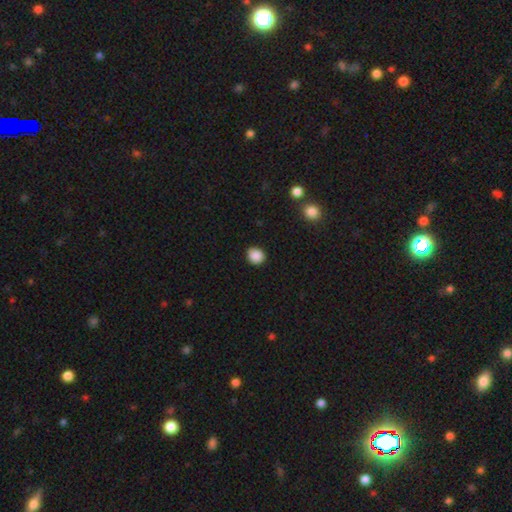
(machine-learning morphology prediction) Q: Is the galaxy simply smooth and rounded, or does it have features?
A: smooth — 88%.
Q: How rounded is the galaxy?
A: round — 83%.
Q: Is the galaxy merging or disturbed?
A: none — 89%.